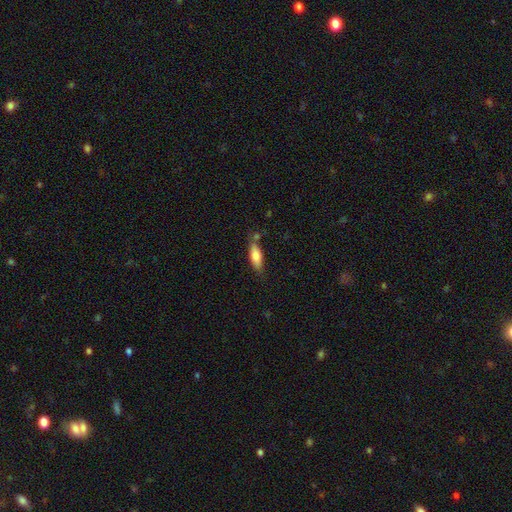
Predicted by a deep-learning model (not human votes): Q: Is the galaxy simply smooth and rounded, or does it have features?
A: smooth — 78%.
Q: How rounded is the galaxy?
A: in between — 62%.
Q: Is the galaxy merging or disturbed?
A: none — 67%.